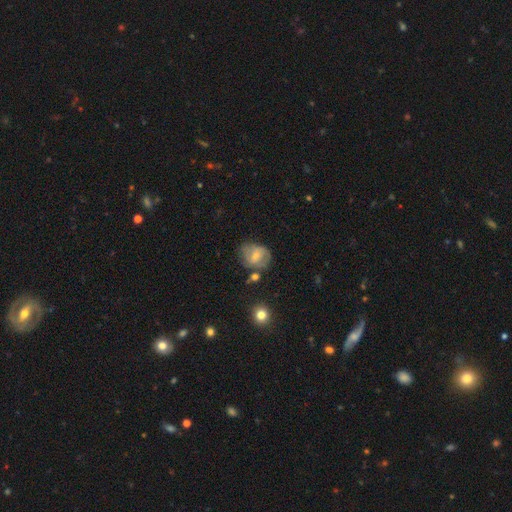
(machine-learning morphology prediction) type=smooth (55%); roundness=round (54%); merging=none (51%).